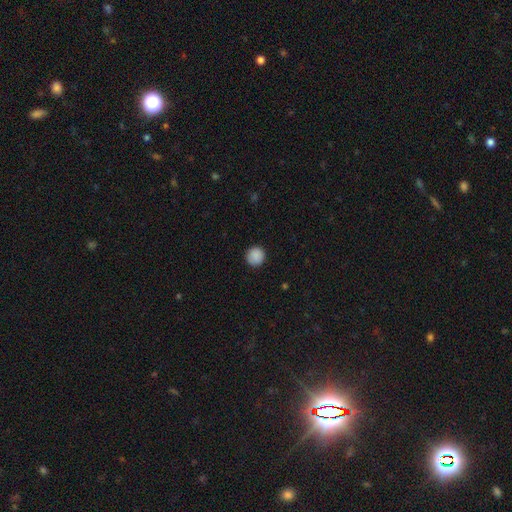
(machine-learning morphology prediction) Q: Smooth or featured?
A: smooth (89%); runner-up: star or artifact (8%)
Q: How rounded?
A: round (94%); runner-up: in between (5%)
Q: Merging?
A: none (91%); runner-up: minor disturbance (6%)